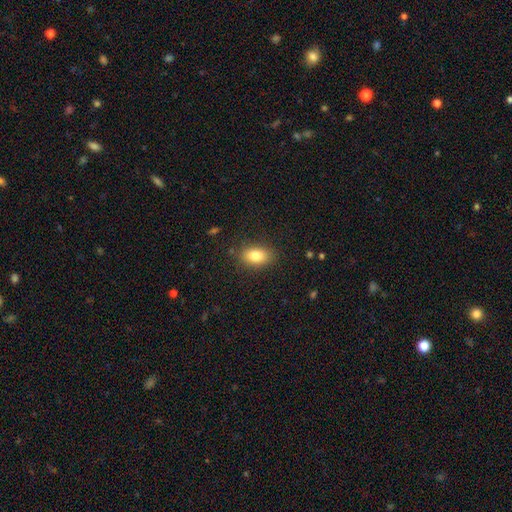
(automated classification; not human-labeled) Smooth or featured? smooth (82%)
How rounded? in between (86%)
Merging? none (86%)